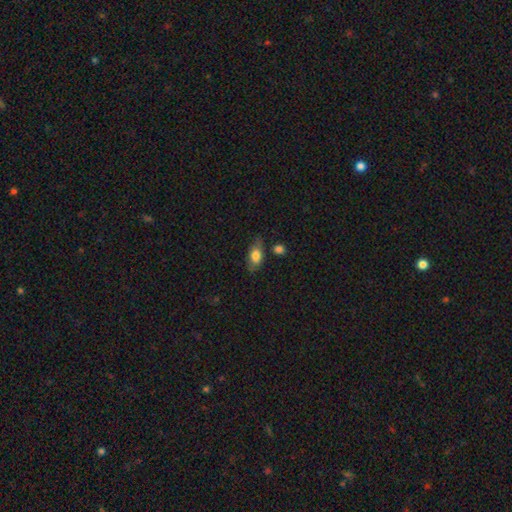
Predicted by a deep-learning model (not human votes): This appears to be a smooth galaxy with no disk features (74%) that is in between round and cigar-shaped (86%). Merging: none (68%).